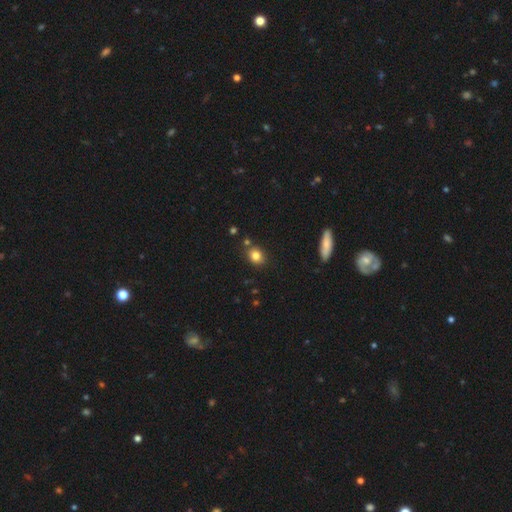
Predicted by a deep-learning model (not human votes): Smooth or featured: smooth — 81% (star or artifact — 11%)
How rounded: round — 57% (in between — 42%)
Merging: none — 79% (minor disturbance — 11%)